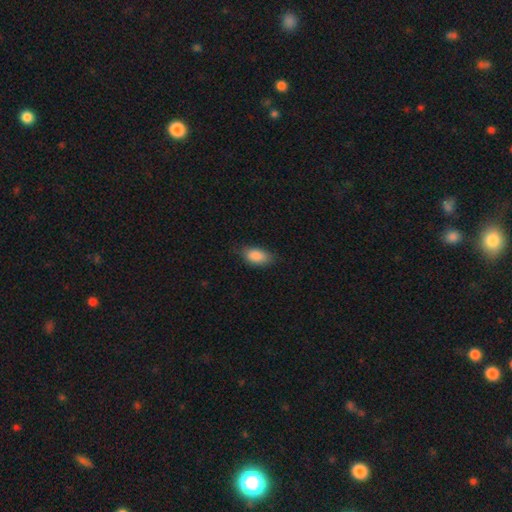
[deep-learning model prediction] A smooth galaxy with no disk features (88%) that is in between round and cigar-shaped (92%).

Vote fractions:
- Smooth or featured? smooth: 88% / star or artifact: 6% / featured or disk: 5%
- How rounded? in between: 92% / cigar-shaped: 4% / round: 4%
- Merging? none: 77% / minor disturbance: 18% / major disturbance: 4% / merger: 1%